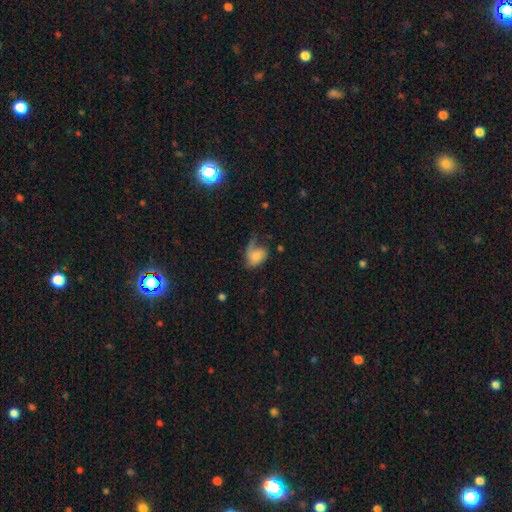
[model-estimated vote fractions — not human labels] smooth_or_featured: smooth (p=0.50) [alt: featured or disk p=0.40]
how_rounded: in between (p=0.75) [alt: round p=0.23]
merging: major disturbance (p=0.41) [alt: none p=0.28]